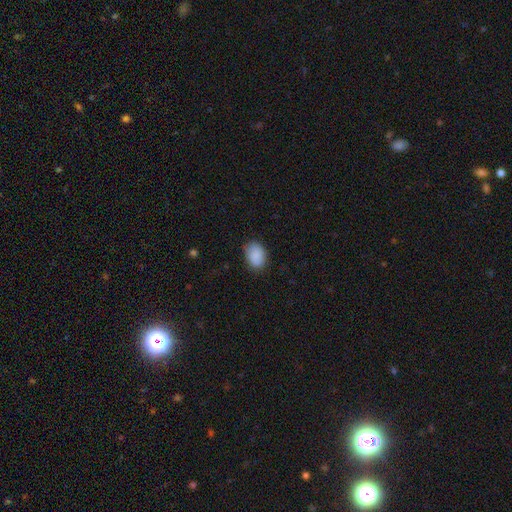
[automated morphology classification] Smooth or featured?
  - smooth: 88% *
  - star or artifact: 7%
  - featured or disk: 5%
How rounded?
  - in between: 74% *
  - round: 25%
  - cigar-shaped: 1%
Merging?
  - none: 80% *
  - minor disturbance: 16%
  - major disturbance: 3%
  - merger: 1%